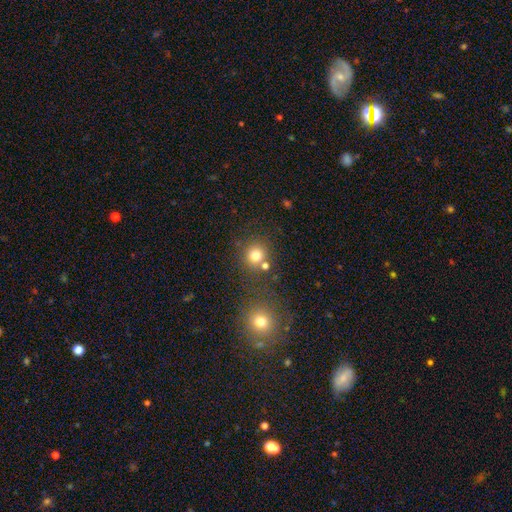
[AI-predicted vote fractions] This appears to be a smooth galaxy with no disk features (78%) that is round (89%). Merging: none (70%).